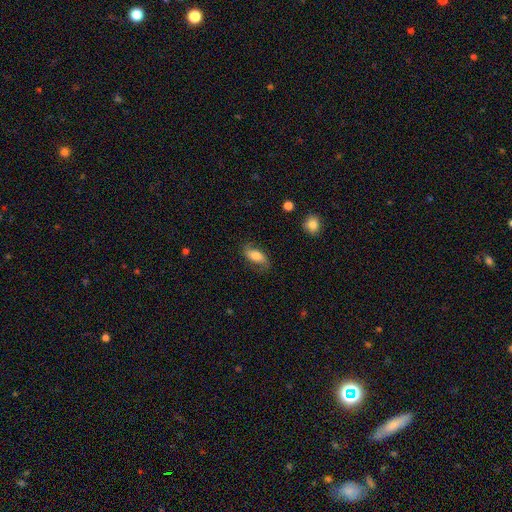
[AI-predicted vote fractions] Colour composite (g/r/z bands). It shows a smooth galaxy with no disk features (57%) that is in between round and cigar-shaped (86%). Merging: none (71%).